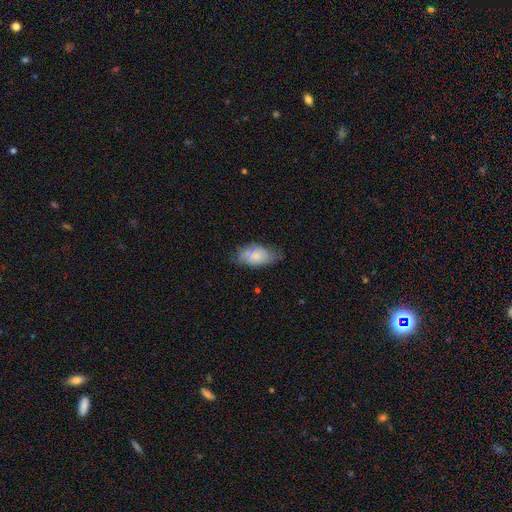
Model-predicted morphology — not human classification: Smooth or featured: smooth — 73% (featured or disk — 20%)
How rounded: in between — 93% (round — 4%)
Merging: none — 61% (minor disturbance — 31%)